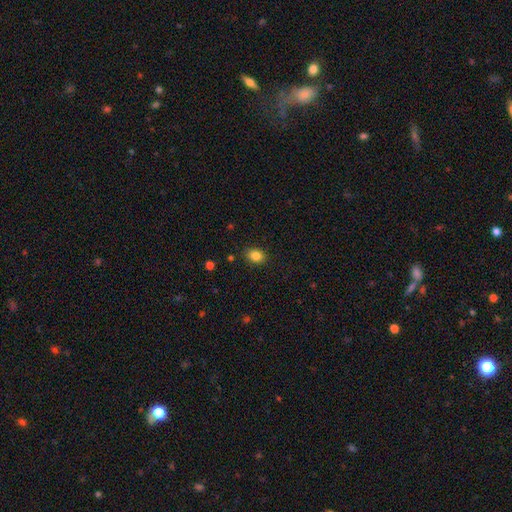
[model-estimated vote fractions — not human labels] Q: Smooth or featured?
A: smooth (84%); runner-up: star or artifact (11%)
Q: How rounded?
A: in between (59%); runner-up: round (40%)
Q: Merging?
A: none (87%); runner-up: minor disturbance (9%)